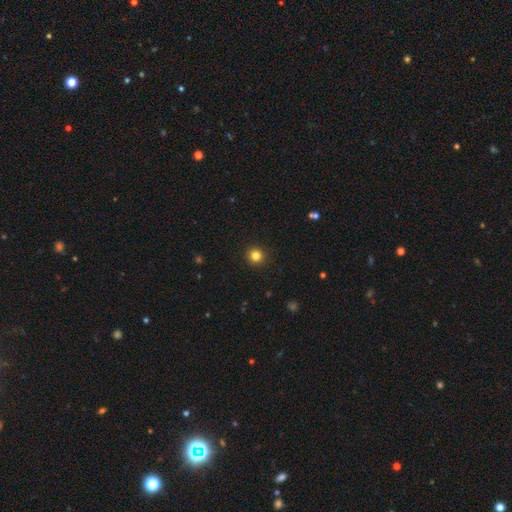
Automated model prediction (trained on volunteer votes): This is clearly a smooth galaxy (83%). How rounded: clearly round (94%). Merging: clearly none (92%).